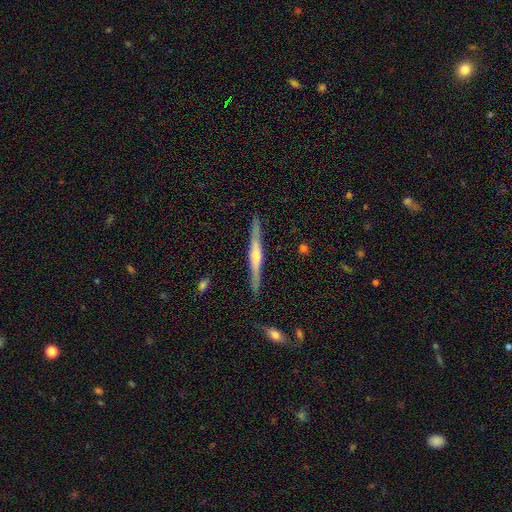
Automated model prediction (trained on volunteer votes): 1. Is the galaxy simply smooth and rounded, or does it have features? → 77% featured or disk, 17% smooth, 6% star or artifact.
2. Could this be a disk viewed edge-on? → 98% yes, 2% no.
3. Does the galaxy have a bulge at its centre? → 83% rounded, 9% boxy, 8% none.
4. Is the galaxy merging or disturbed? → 90% none, 7% minor disturbance, 1% major disturbance, 1% merger.